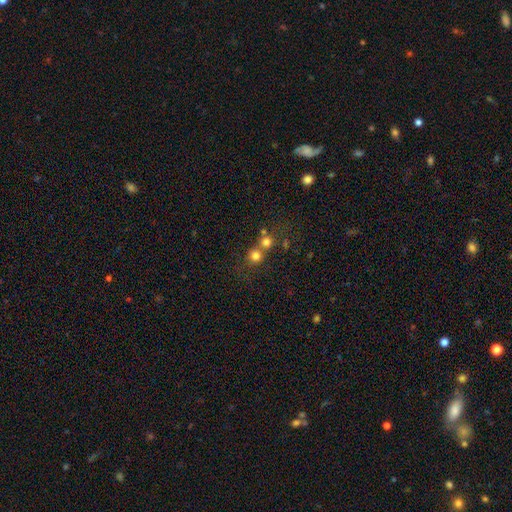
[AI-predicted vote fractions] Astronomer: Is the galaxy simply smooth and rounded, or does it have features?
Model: smooth — 75%.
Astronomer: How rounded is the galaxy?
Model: round — 89%.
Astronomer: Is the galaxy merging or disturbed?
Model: none — 49% (runner-up: merger, 43%).